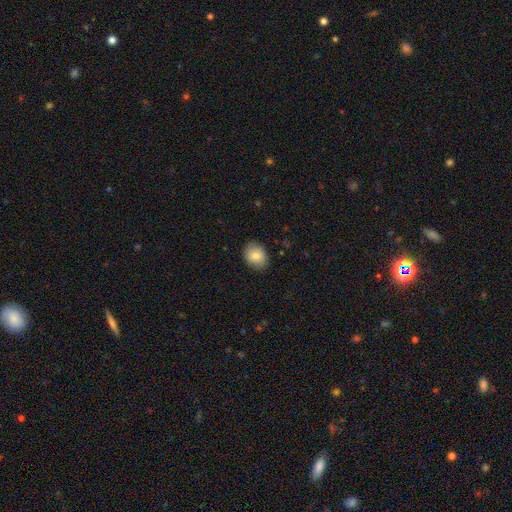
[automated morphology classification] The model was most divided on "how rounded": in between: 52%, round: 47%, cigar-shaped: 1%. More confident: merging — none (84%); smooth or featured — smooth (81%).